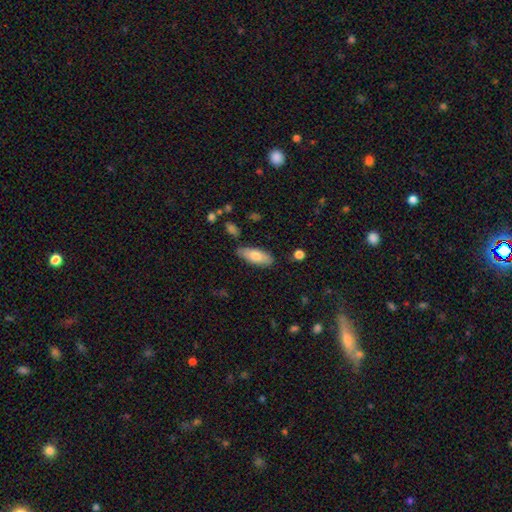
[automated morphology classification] This is likely a smooth galaxy (74%). How rounded: likely in between (76%). Merging: likely none (78%).